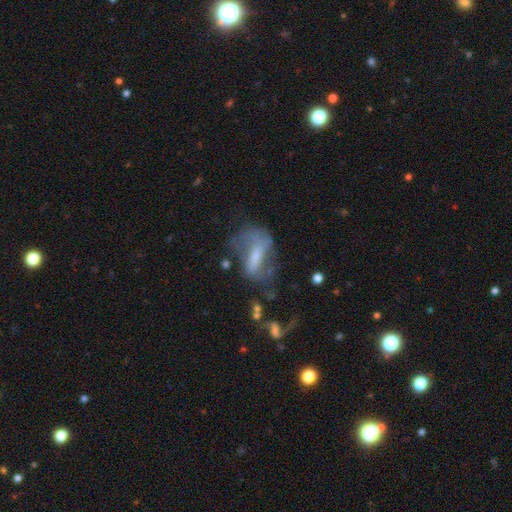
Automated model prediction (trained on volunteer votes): A featured or disk galaxy (55%).

Vote fractions:
- Smooth or featured? featured or disk: 55% / smooth: 34% / star or artifact: 11%
- Edge-on disk? no: 89% / yes: 11%
- Merging? none: 39% / major disturbance: 32% / minor disturbance: 23% / merger: 6%